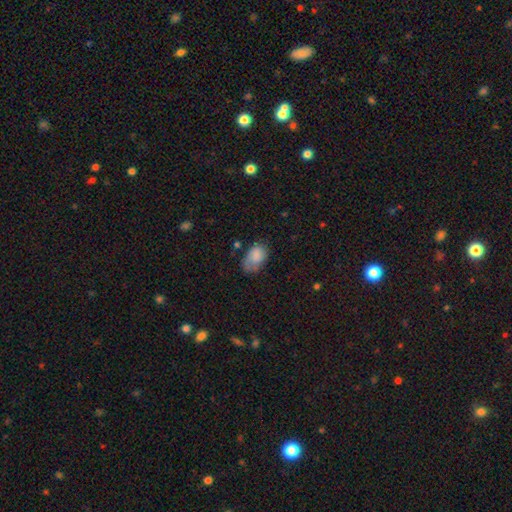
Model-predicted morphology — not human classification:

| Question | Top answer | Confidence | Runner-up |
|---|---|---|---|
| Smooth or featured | smooth | 79% | featured or disk (12%) |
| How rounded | in between | 88% | round (11%) |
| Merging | none | 48% | minor disturbance (34%) |